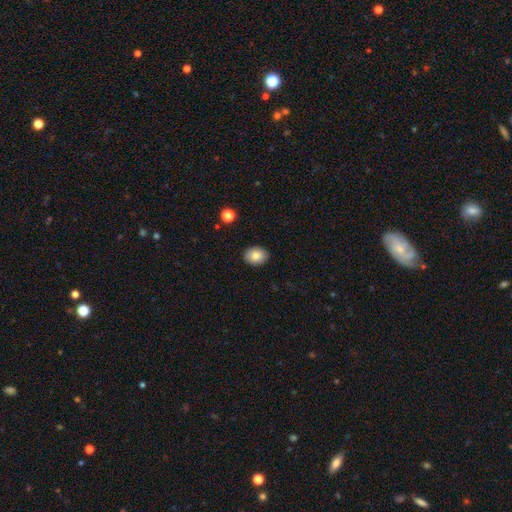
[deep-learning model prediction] Overall: smooth (82%). How rounded: in between (66%; round 33%). Merging: none (90%).